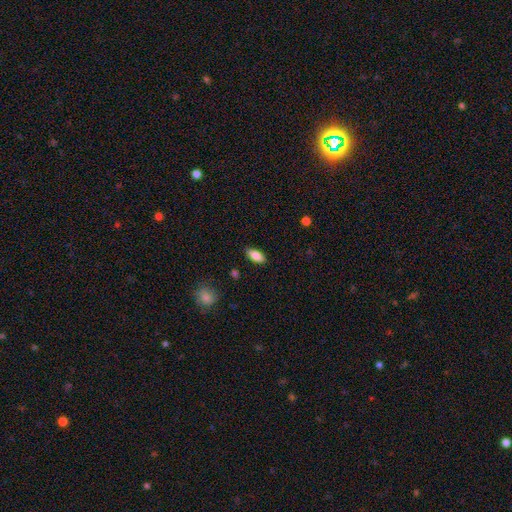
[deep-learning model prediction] This is clearly a smooth galaxy (86%). How rounded: clearly in between (87%). Merging: clearly none (87%).